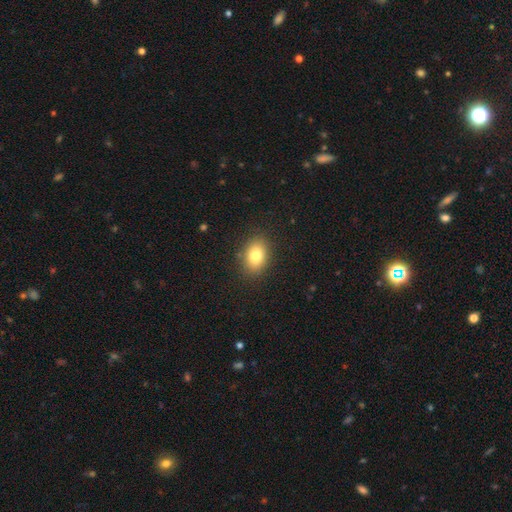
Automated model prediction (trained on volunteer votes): Morphology: type=smooth (79%); roundness=in between (74%); merging=none (87%).